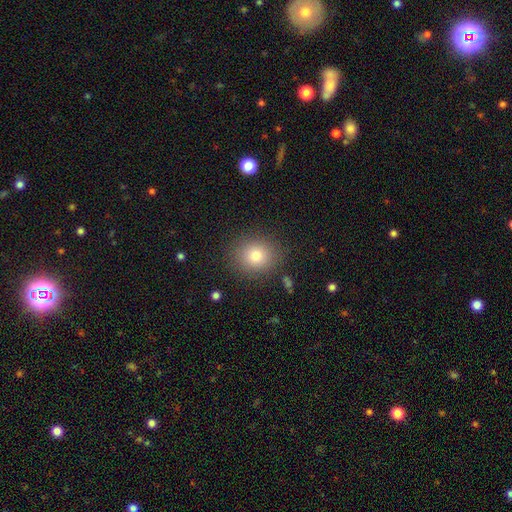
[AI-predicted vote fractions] Overall: smooth (80%). How rounded: round (78%). Merging: none (86%).